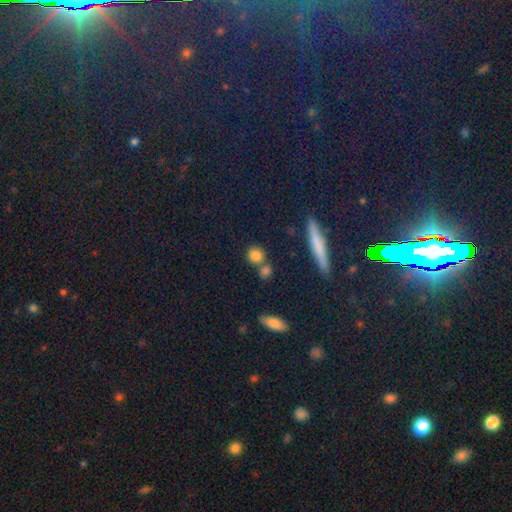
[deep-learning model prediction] A smooth galaxy with no disk features (80%) that is round (85%).

Vote fractions:
- Smooth or featured? smooth: 80% / star or artifact: 12% / featured or disk: 8%
- How rounded? round: 85% / in between: 12% / cigar-shaped: 4%
- Merging? none: 68% / merger: 19% / minor disturbance: 9% / major disturbance: 3%